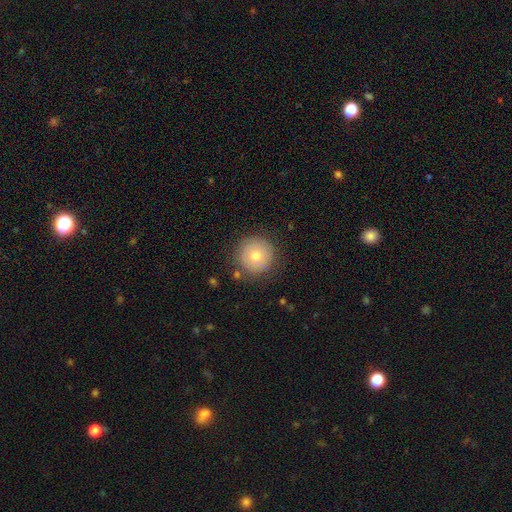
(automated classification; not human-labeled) Smooth or featured?
  - smooth: 70% *
  - featured or disk: 20%
  - star or artifact: 10%
How rounded?
  - round: 96% *
  - in between: 3%
  - cigar-shaped: 1%
Merging?
  - none: 86% *
  - minor disturbance: 9%
  - major disturbance: 3%
  - merger: 2%